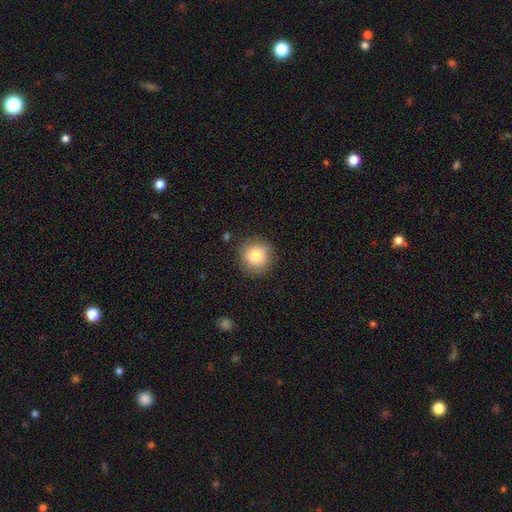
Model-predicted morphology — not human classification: Smooth or featured: smooth — 84% (star or artifact — 9%)
How rounded: round — 93% (in between — 6%)
Merging: none — 87% (minor disturbance — 9%)